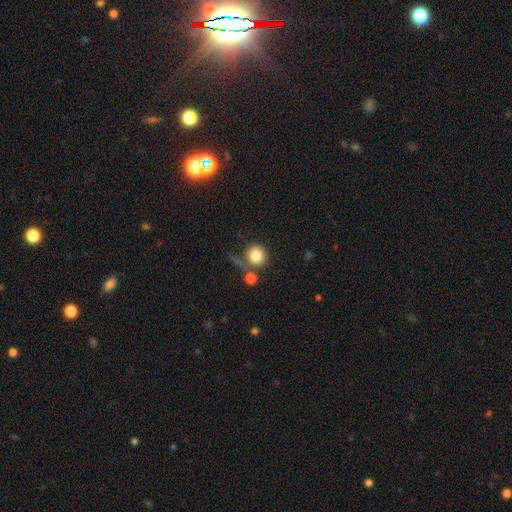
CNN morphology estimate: type=smooth (82%); roundness=round (90%); merging=none (54%).